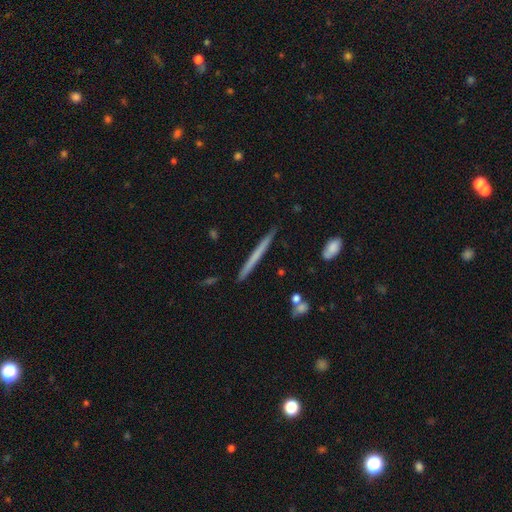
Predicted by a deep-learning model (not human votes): Smooth or featured: smooth — 53% (featured or disk — 42%)
How rounded: cigar-shaped — 97% (in between — 2%)
Merging: none — 90% (minor disturbance — 7%)